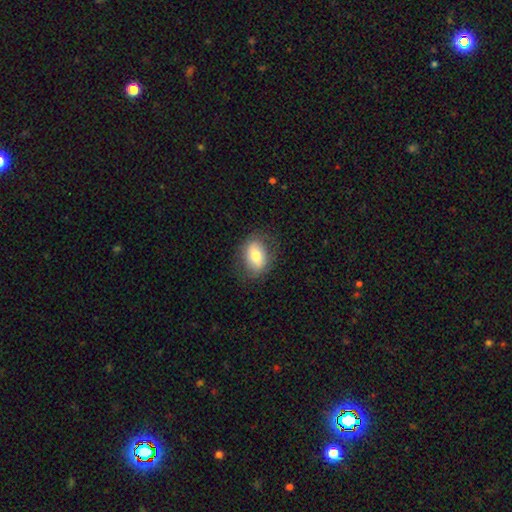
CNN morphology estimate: A smooth galaxy with no disk features (66%) that is in between round and cigar-shaped (74%).

Vote fractions:
- Smooth or featured? smooth: 66% / featured or disk: 26% / star or artifact: 8%
- How rounded? in between: 74% / round: 24% / cigar-shaped: 2%
- Merging? none: 79% / minor disturbance: 14% / major disturbance: 5% / merger: 1%